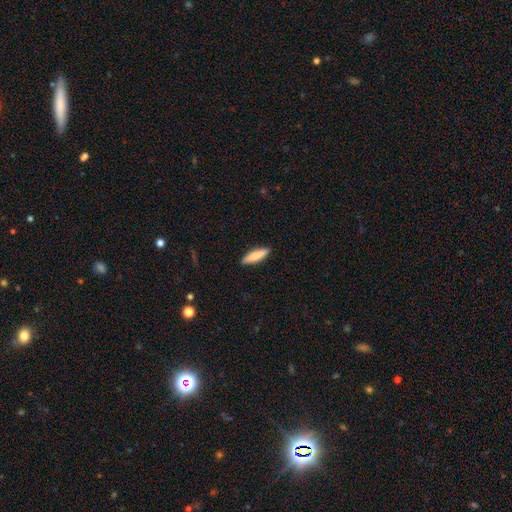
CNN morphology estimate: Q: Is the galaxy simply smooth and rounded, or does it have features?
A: smooth — 78%.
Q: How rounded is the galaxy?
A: cigar-shaped — 69%.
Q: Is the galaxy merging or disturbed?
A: none — 89%.